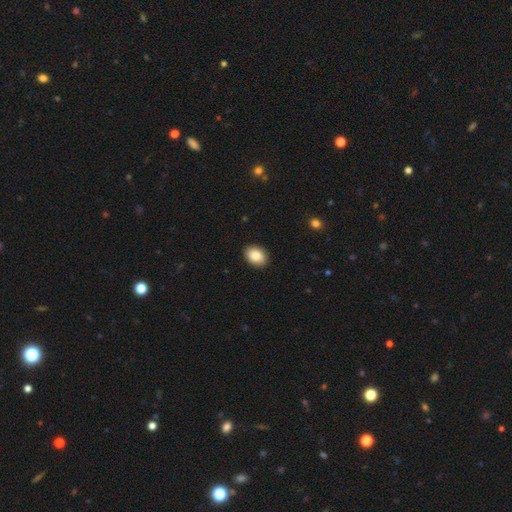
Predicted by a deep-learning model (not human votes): smooth_or_featured: smooth (p=0.87) [alt: star or artifact p=0.07]
how_rounded: in between (p=0.72) [alt: round p=0.27]
merging: none (p=0.91) [alt: minor disturbance p=0.07]